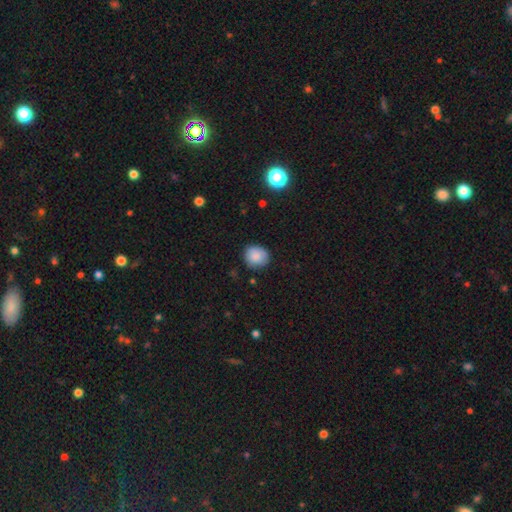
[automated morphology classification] This appears to be a smooth galaxy with no disk features (87%) that is round (85%). Merging: none (85%).